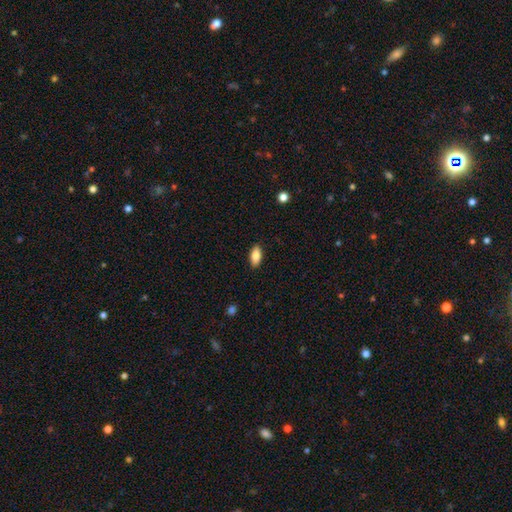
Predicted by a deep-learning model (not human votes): Overall: smooth (82%). How rounded: in between (89%). Merging: none (89%).